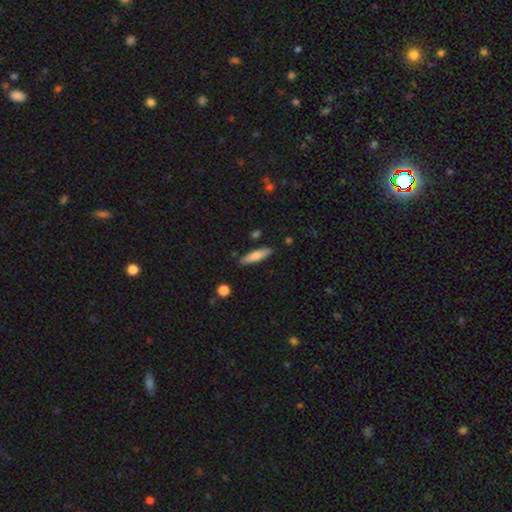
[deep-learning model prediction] Smooth or featured?
  - smooth: 75% *
  - featured or disk: 20%
  - star or artifact: 6%
How rounded?
  - cigar-shaped: 73% *
  - in between: 25%
  - round: 2%
Merging?
  - none: 86% *
  - minor disturbance: 10%
  - merger: 2%
  - major disturbance: 2%